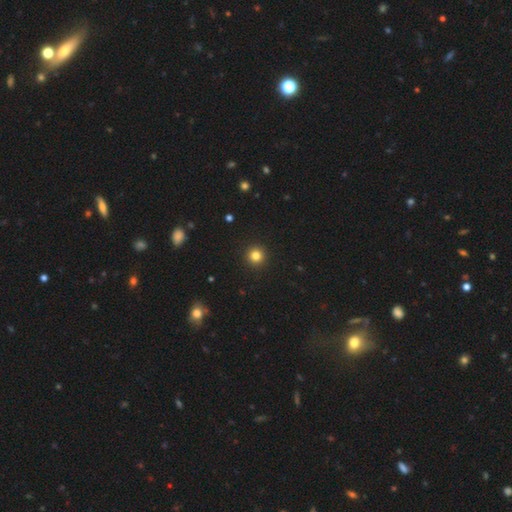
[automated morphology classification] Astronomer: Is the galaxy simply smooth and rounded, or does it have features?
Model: smooth — 82%.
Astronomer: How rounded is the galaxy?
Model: round — 96%.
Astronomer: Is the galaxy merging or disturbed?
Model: none — 93%.